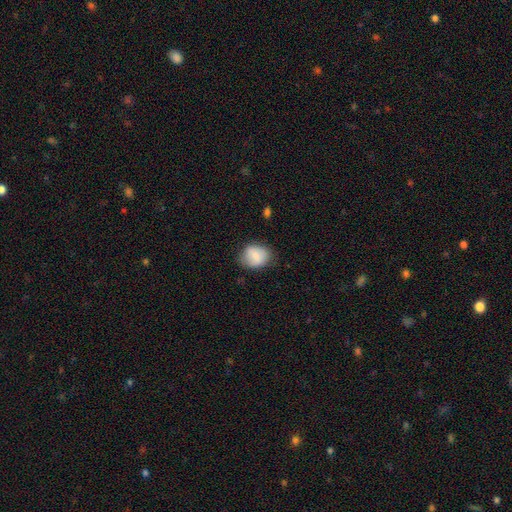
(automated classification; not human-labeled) smooth-or-featured: smooth: 76% | featured or disk: 16% | star or artifact: 7%
  how-rounded: round: 53% | in between: 46% | cigar-shaped: 1%
  merging: none: 73% | minor disturbance: 21% | major disturbance: 5% | merger: 1%